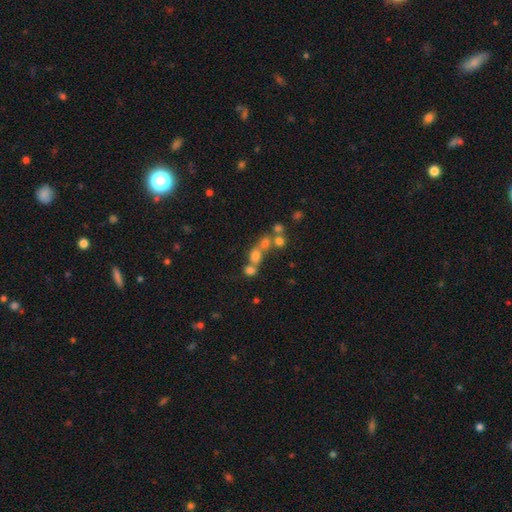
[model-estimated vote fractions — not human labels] A smooth galaxy with no disk features (57%) that is round (65%).

Vote fractions:
- Smooth or featured? smooth: 57% / featured or disk: 22% / star or artifact: 21%
- How rounded? round: 65% / in between: 32% / cigar-shaped: 3%
- Merging? merger: 50% / none: 35% / minor disturbance: 8% / major disturbance: 7%